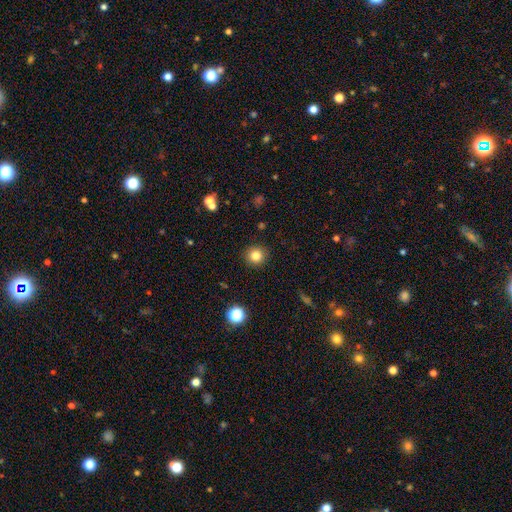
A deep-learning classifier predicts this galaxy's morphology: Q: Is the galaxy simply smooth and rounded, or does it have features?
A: smooth — 82%.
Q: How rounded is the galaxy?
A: round — 93%.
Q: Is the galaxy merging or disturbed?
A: none — 91%.